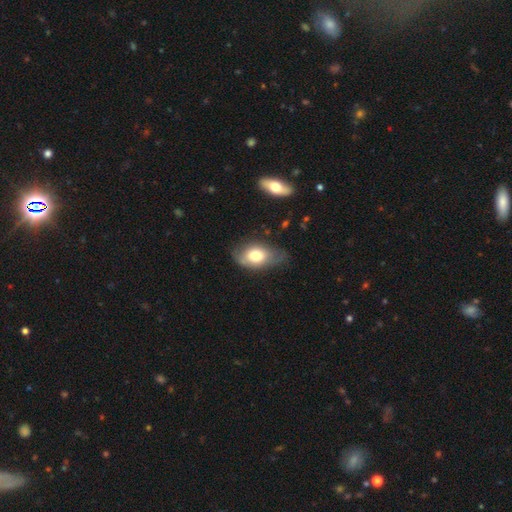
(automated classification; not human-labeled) A smooth galaxy with no disk features (67%) that is in between round and cigar-shaped (85%). Merging: none (48%).